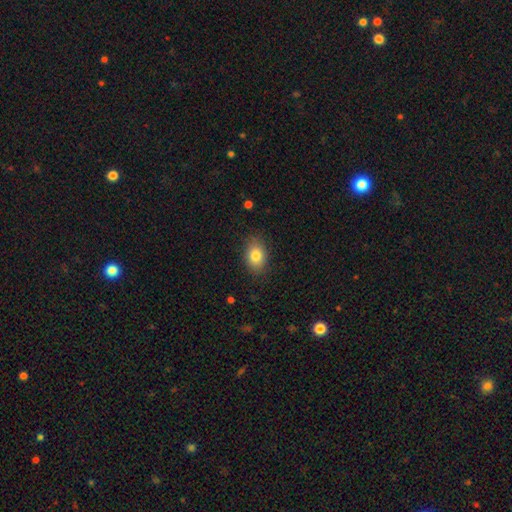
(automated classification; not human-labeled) The model was most divided on "how rounded": in between: 75%, round: 24%, cigar-shaped: 1%. More confident: merging — none (84%); smooth or featured — smooth (82%).